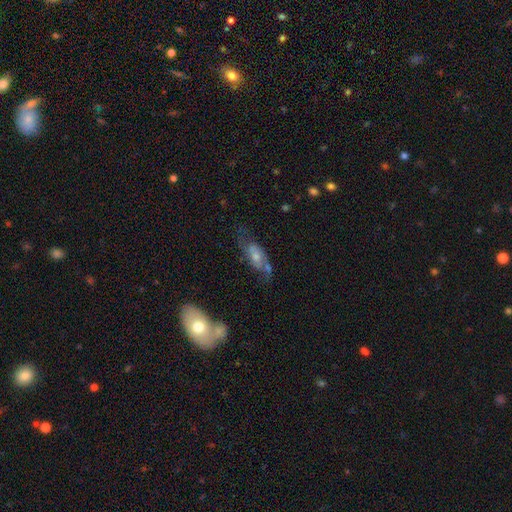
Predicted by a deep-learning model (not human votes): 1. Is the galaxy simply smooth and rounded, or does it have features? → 68% featured or disk, 24% smooth, 8% star or artifact.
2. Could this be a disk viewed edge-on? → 89% no, 11% yes.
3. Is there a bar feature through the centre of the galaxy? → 61% no, 32% weak, 7% strong.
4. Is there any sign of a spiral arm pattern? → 83% yes, 17% no.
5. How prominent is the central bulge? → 49% moderate, 36% small, 8% large, 5% none, 2% dominant.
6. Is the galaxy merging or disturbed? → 52% none, 23% minor disturbance, 19% major disturbance, 6% merger.